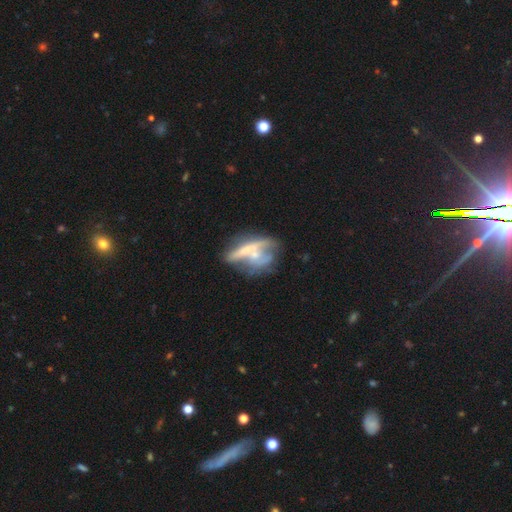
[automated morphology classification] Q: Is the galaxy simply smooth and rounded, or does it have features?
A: featured or disk — 59%.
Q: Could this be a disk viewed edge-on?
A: no — 83%.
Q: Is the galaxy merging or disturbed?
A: none — 31%.